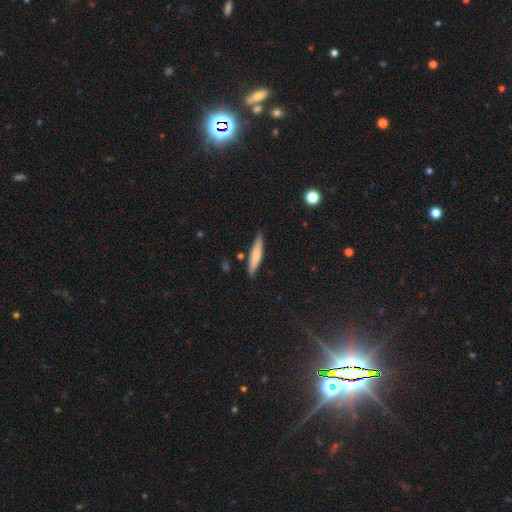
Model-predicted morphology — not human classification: Smooth or featured? smooth (70%)
How rounded? cigar-shaped (87%)
Merging? none (83%)